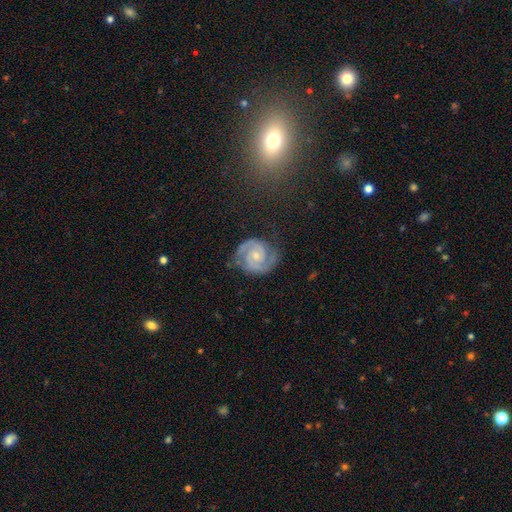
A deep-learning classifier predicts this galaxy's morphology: A featured or disk galaxy (91%) with no bar (62%), 2 (91%) tight (56%) spiral arms (98%) and a small central bulge (62%). Merging: none (78%).